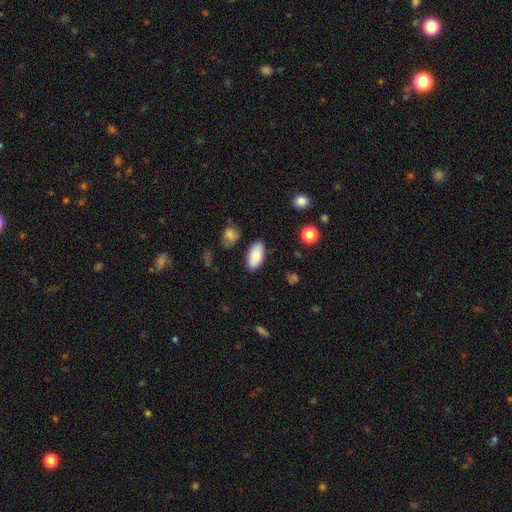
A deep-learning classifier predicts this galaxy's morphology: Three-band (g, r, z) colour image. It shows a smooth galaxy with no disk features (84%) that is in between round and cigar-shaped (94%). Merging: none (82%).